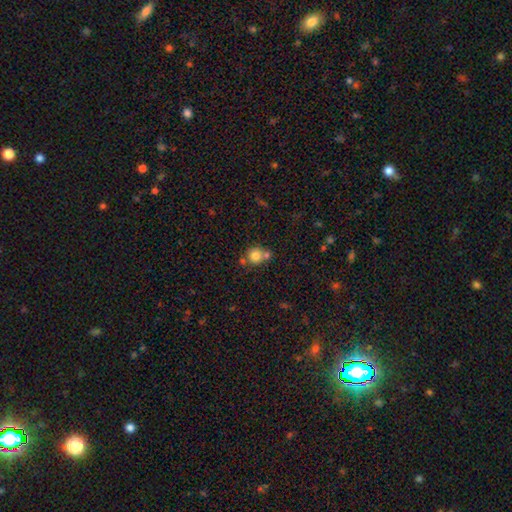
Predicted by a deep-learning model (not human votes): This appears to be a smooth galaxy with no disk features (79%) that is round (89%). Merging: none (54%).